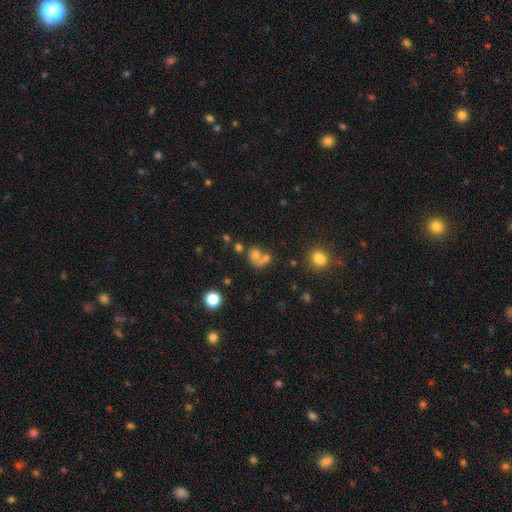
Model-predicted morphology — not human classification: smooth 64%, featured or disk 20%, star or artifact 16%. Down the decision tree: how rounded — round (63%); merging — merger (56%).